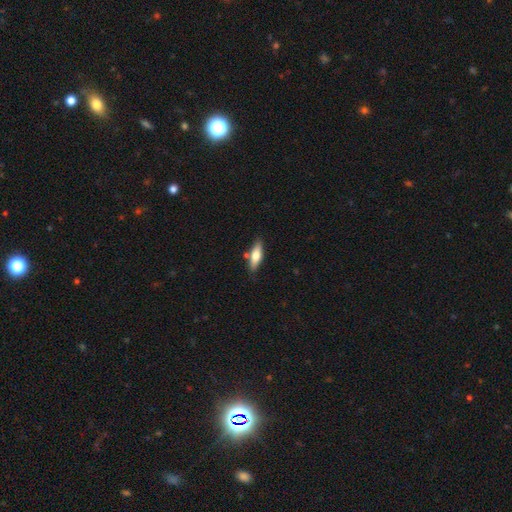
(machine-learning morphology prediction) Q: Smooth or featured?
A: smooth (62%); runner-up: featured or disk (32%)
Q: How rounded?
A: in between (50%); runner-up: cigar-shaped (48%)
Q: Merging?
A: none (78%); runner-up: minor disturbance (13%)